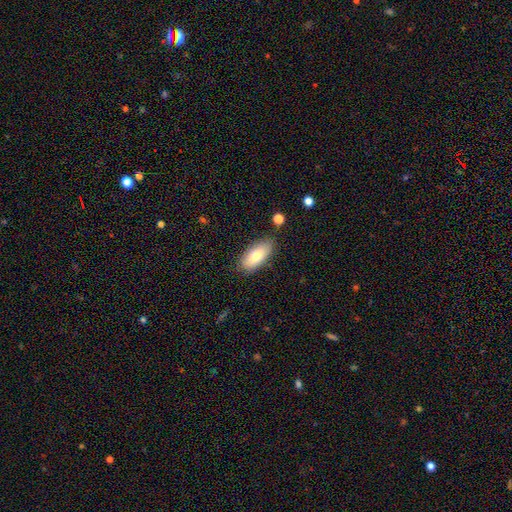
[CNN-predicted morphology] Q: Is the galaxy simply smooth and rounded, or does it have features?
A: smooth — 76%.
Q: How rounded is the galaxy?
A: in between — 86%.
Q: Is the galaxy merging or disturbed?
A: none — 79%.